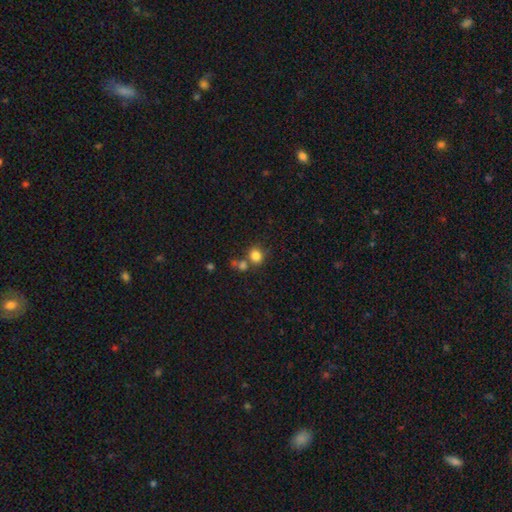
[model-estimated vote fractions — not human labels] This appears to be a smooth galaxy with no disk features (82%) that is round (74%). Merging: none (61%).